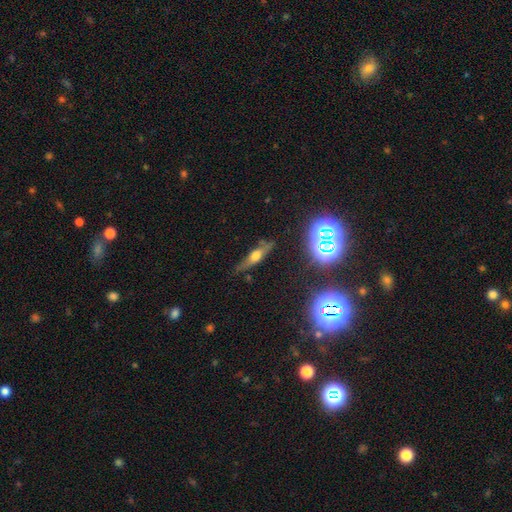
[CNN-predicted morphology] Smooth or featured? featured or disk (50%)
Edge-on disk? yes (87%)
Merging? none (75%)